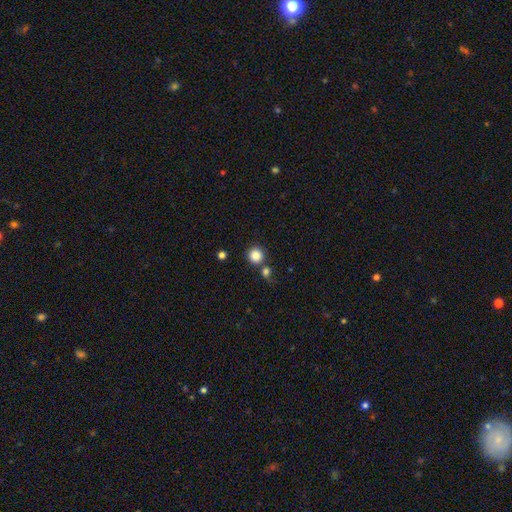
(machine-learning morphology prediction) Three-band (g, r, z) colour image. It shows a smooth galaxy with no disk features (85%) that is round (94%). Merging: none (77%).